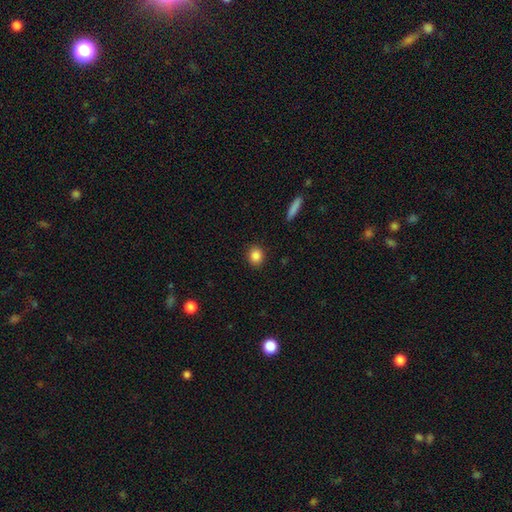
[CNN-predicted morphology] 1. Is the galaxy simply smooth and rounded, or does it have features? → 86% smooth, 9% star or artifact, 5% featured or disk.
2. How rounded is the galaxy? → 67% round, 31% in between, 1% cigar-shaped.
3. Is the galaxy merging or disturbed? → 90% none, 7% minor disturbance, 2% major disturbance, 1% merger.